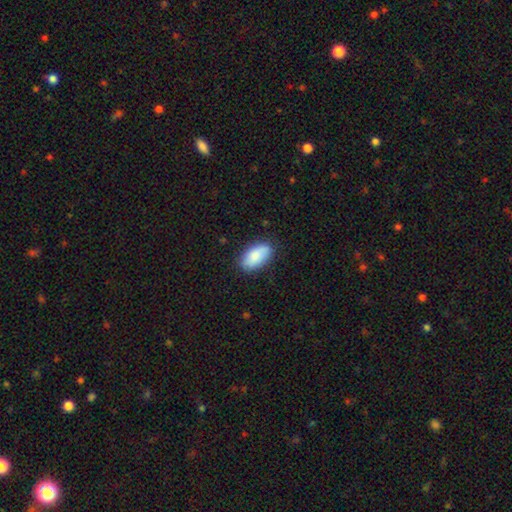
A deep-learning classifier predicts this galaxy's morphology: A smooth galaxy with no disk features (84%) that is in between round and cigar-shaped (93%).

Vote fractions:
- Smooth or featured? smooth: 84% / featured or disk: 10% / star or artifact: 6%
- How rounded? in between: 93% / cigar-shaped: 4% / round: 3%
- Merging? none: 82% / minor disturbance: 14% / major disturbance: 3% / merger: 1%